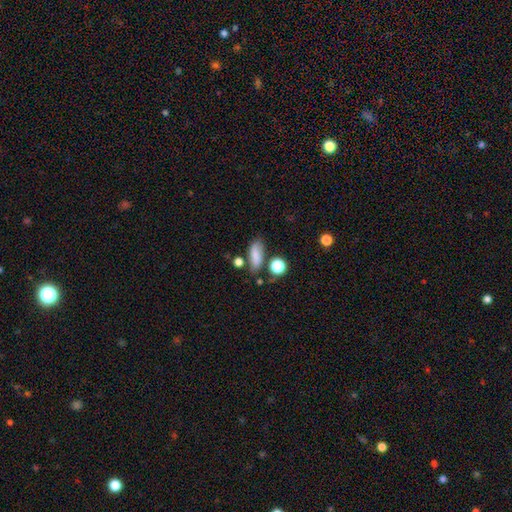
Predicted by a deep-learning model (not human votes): This is likely a smooth galaxy (75%). How rounded: likely in between (72%). Merging: likely none (63%).